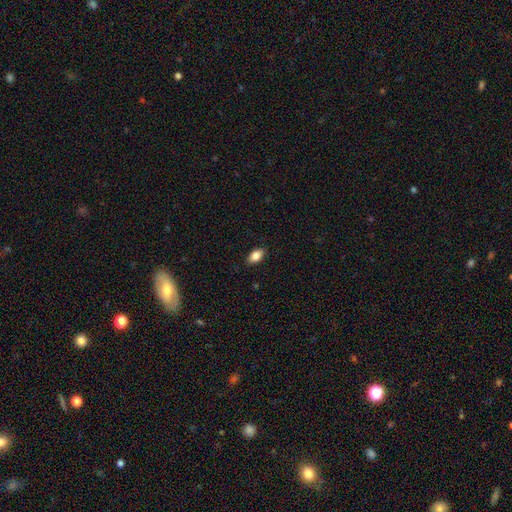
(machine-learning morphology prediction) Smooth or featured: smooth — 85% (star or artifact — 8%)
How rounded: in between — 90% (round — 7%)
Merging: none — 87% (minor disturbance — 10%)